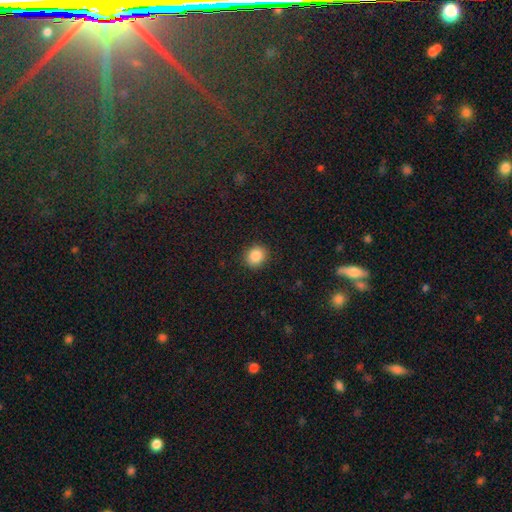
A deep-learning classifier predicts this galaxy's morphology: The model was most divided on "how rounded": round: 77%, in between: 22%, cigar-shaped: 1%. More confident: merging — none (89%); smooth or featured — smooth (87%).